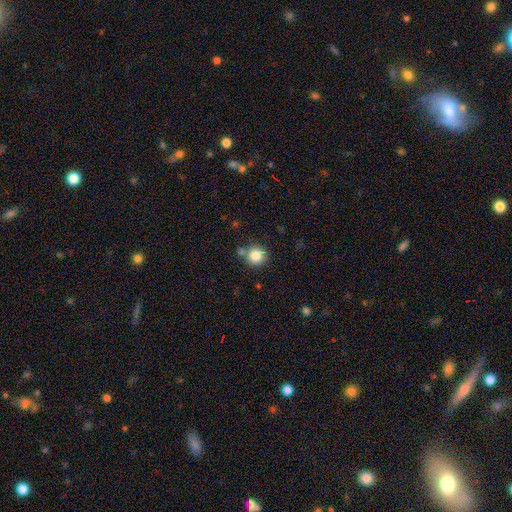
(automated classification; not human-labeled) This is clearly a smooth galaxy (83%). How rounded: clearly round (93%). Merging: likely none (76%).